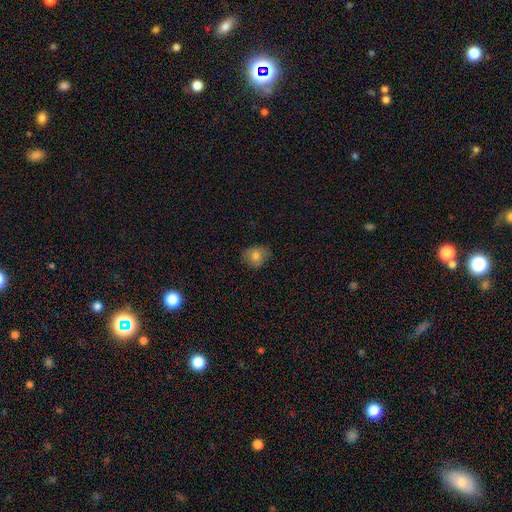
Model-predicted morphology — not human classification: This is likely a smooth galaxy (78%). How rounded: likely round (61%). Merging: likely none (76%).